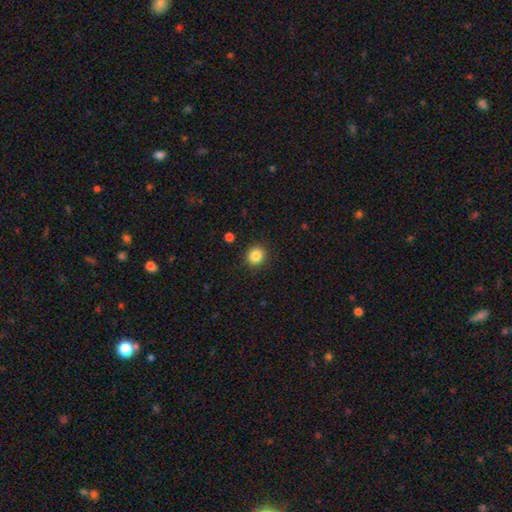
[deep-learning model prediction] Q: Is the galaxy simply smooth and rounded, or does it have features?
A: smooth — 85%.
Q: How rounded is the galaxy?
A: round — 87%.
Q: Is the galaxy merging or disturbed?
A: none — 91%.